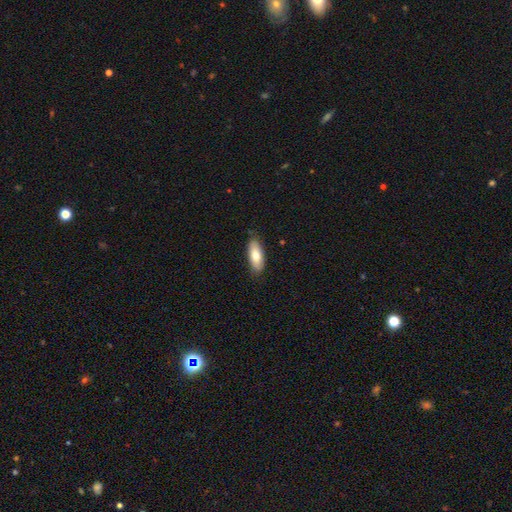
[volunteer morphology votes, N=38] A smooth galaxy with no disk features (82%) that is in between round and cigar-shaped (81%).

Vote fractions:
- Smooth or featured? smooth: 82% / featured or disk: 11% / star or artifact: 8%
- How rounded? in between: 81% / cigar-shaped: 16% / round: 3%
- Merging? none: 71% / minor disturbance: 23% / major disturbance: 6% / merger: 0%